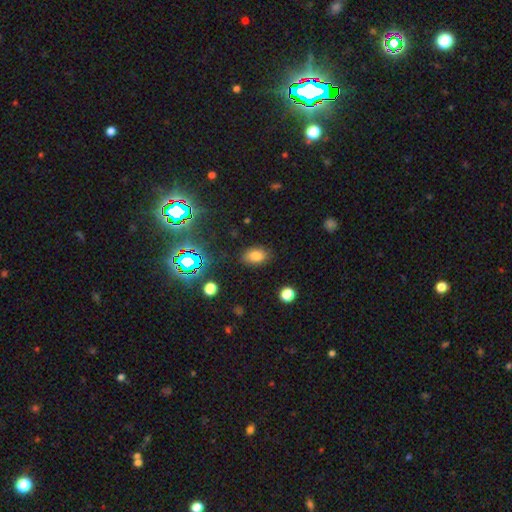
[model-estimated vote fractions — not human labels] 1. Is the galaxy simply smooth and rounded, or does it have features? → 77% smooth, 16% star or artifact, 7% featured or disk.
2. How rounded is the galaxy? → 86% in between, 12% round, 1% cigar-shaped.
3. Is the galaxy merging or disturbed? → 83% none, 12% minor disturbance, 3% major disturbance, 2% merger.